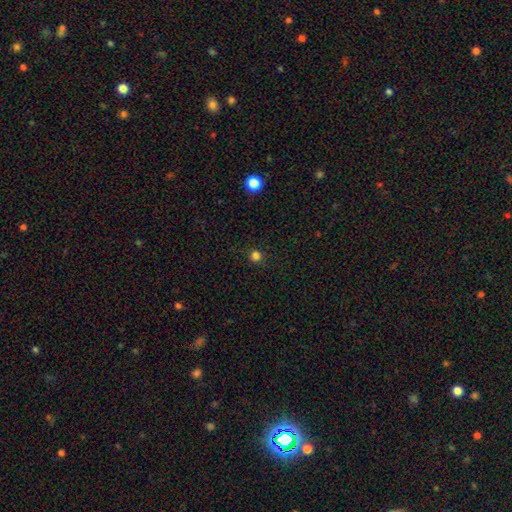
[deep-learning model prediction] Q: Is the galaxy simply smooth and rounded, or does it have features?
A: smooth — 80%.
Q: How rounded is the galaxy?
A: round — 95%.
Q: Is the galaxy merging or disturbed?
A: none — 92%.